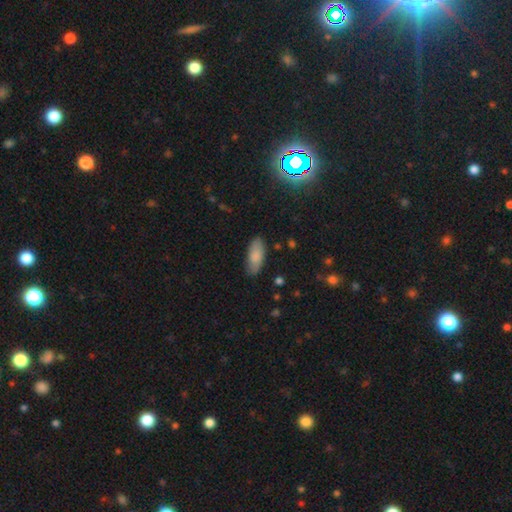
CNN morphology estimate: Smooth or featured? smooth (84%)
How rounded? in between (83%)
Merging? none (83%)